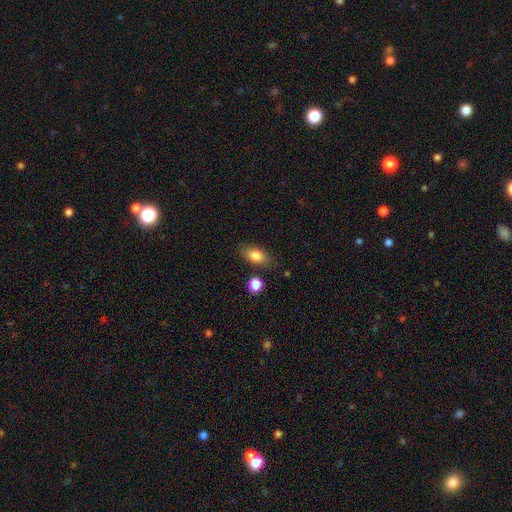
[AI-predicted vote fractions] Overall: smooth (82%). How rounded: in between (83%). Merging: none (78%).